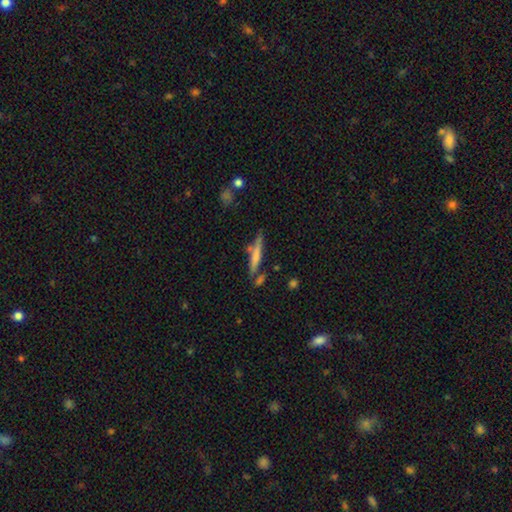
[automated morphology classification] Smooth or featured: smooth — 62% (featured or disk — 32%)
How rounded: cigar-shaped — 90% (in between — 8%)
Merging: none — 68% (minor disturbance — 16%)